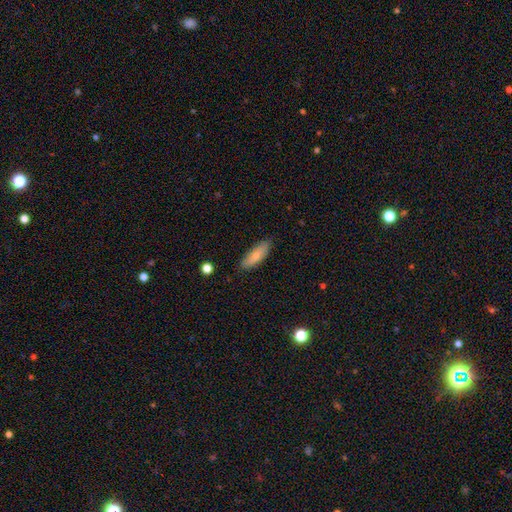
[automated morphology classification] This appears to be a smooth galaxy with no disk features (81%) that is in between round and cigar-shaped (60%). Merging: none (82%).